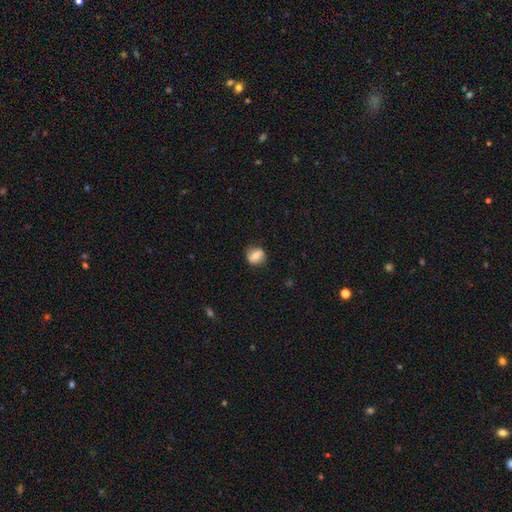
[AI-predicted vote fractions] smooth_or_featured: smooth (p=0.68) [alt: featured or disk p=0.23]
how_rounded: round (p=0.76) [alt: in between p=0.23]
merging: none (p=0.82) [alt: minor disturbance p=0.13]